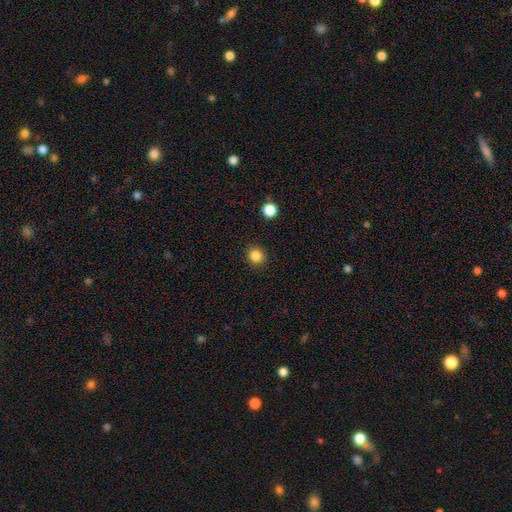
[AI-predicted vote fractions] Smooth or featured? smooth (85%)
How rounded? round (90%)
Merging? none (91%)